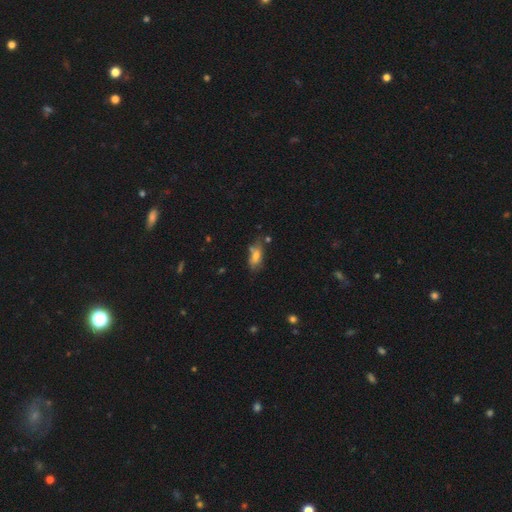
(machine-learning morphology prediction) Smooth or featured?
  - smooth: 64% *
  - featured or disk: 24%
  - star or artifact: 13%
How rounded?
  - in between: 81% *
  - cigar-shaped: 12%
  - round: 7%
Merging?
  - none: 50% *
  - minor disturbance: 25%
  - merger: 14%
  - major disturbance: 11%